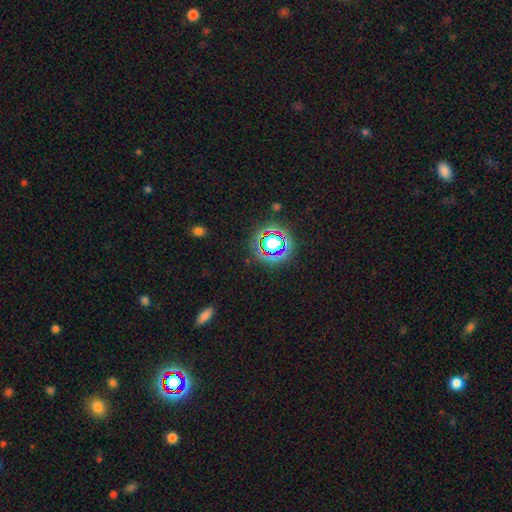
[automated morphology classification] Smooth or featured?
  - star or artifact: 75% *
  - smooth: 16%
  - featured or disk: 9%